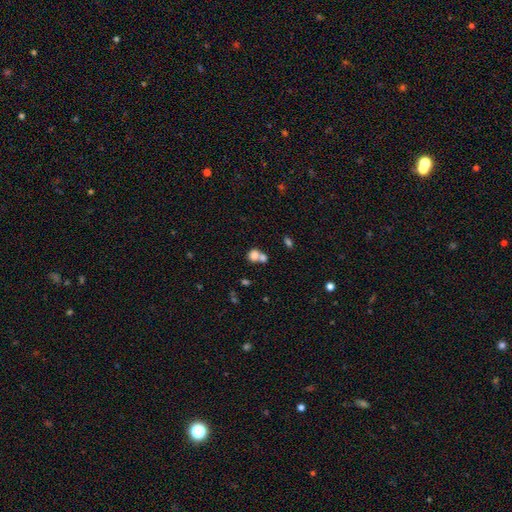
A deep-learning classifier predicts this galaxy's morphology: The model was most divided on "how rounded": round: 61%, in between: 37%, cigar-shaped: 1%. More confident: smooth or featured — smooth (77%); merging — merger (60%).